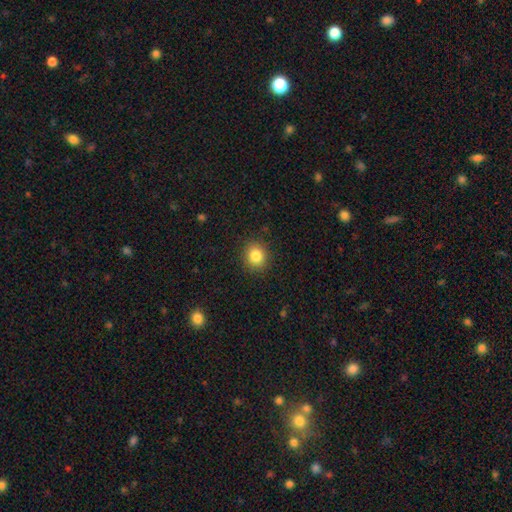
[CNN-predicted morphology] type=smooth (83%); roundness=round (80%); merging=none (89%).